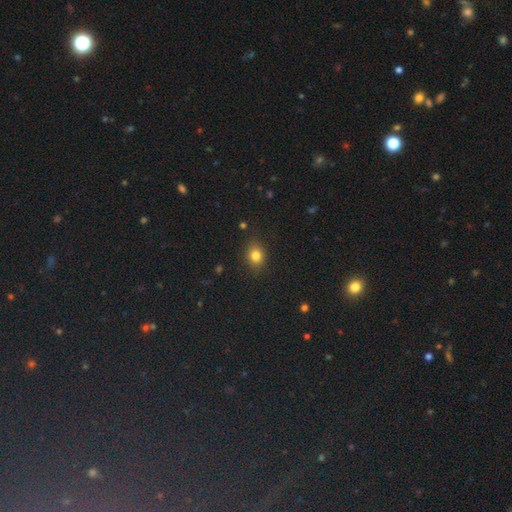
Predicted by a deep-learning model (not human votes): Smooth or featured?
  - smooth: 81% *
  - star or artifact: 13%
  - featured or disk: 6%
How rounded?
  - round: 56% *
  - in between: 43%
  - cigar-shaped: 1%
Merging?
  - none: 85% *
  - minor disturbance: 11%
  - major disturbance: 3%
  - merger: 1%